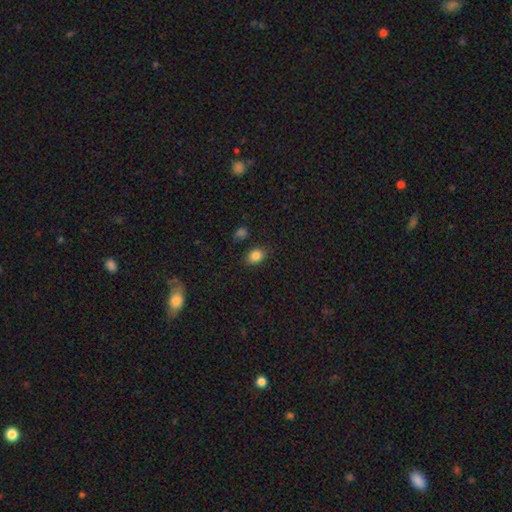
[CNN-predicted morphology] A smooth galaxy with no disk features (84%) that is in between round and cigar-shaped (62%). Merging: none (82%).